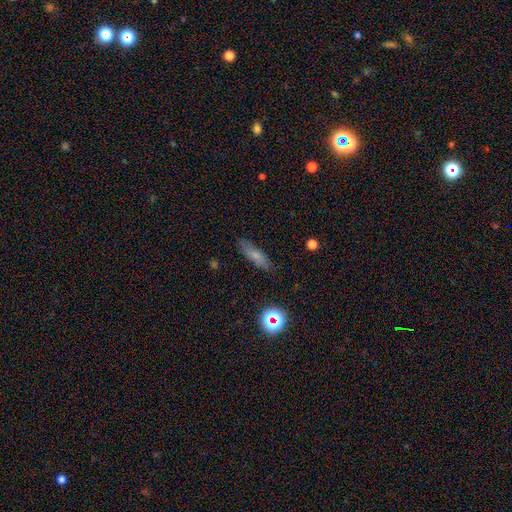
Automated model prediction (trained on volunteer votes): Q: Smooth or featured?
A: smooth (68%); runner-up: featured or disk (21%)
Q: How rounded?
A: cigar-shaped (56%); runner-up: in between (40%)
Q: Merging?
A: none (83%); runner-up: minor disturbance (13%)